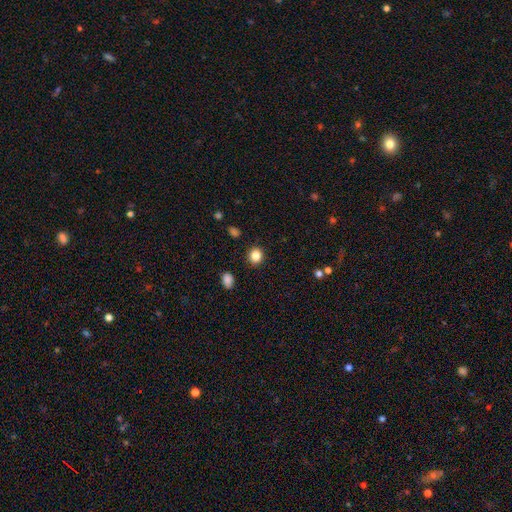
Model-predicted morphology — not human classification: The model was most divided on "how rounded": round: 84%, in between: 15%, cigar-shaped: 1%. More confident: merging — none (90%); smooth or featured — smooth (85%).